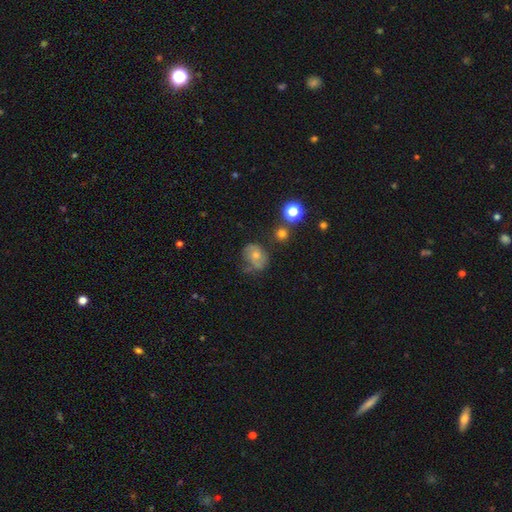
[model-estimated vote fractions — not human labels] Smooth or featured? Predicted: smooth (p=0.55). How rounded? Predicted: round (p=0.50). Merging? Predicted: none (p=0.47).